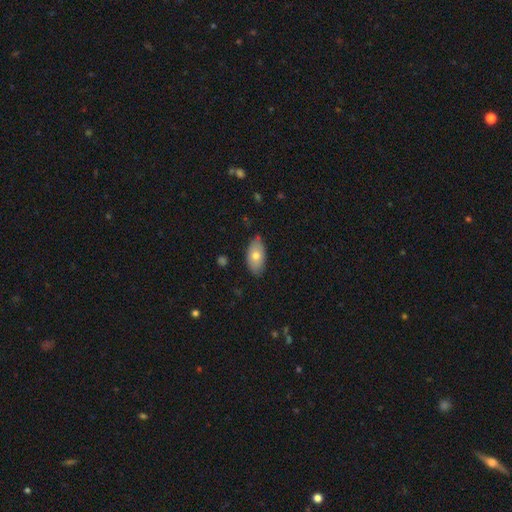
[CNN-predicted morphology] Smooth or featured? Predicted: smooth (p=0.72). How rounded? Predicted: in between (p=0.93). Merging? Predicted: none (p=0.77).